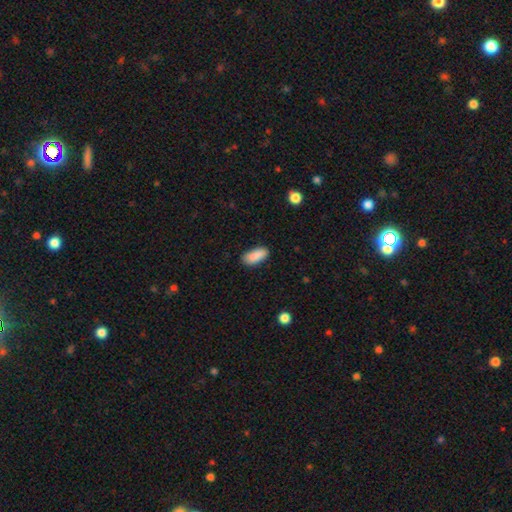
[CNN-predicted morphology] Q: Smooth or featured?
A: smooth (90%); runner-up: star or artifact (7%)
Q: How rounded?
A: in between (85%); runner-up: cigar-shaped (13%)
Q: Merging?
A: none (84%); runner-up: minor disturbance (12%)